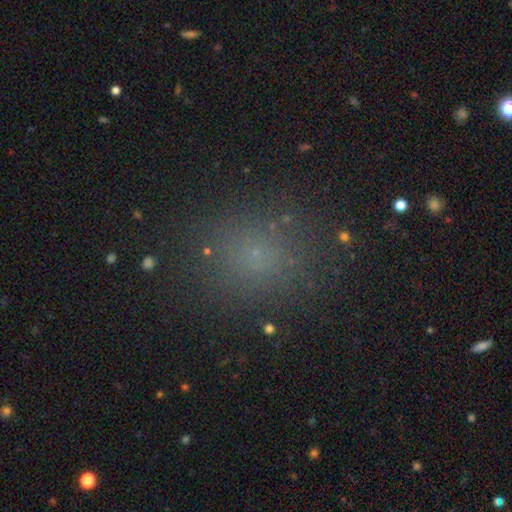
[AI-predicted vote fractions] Q: Smooth or featured?
A: smooth (66%); runner-up: star or artifact (26%)
Q: How rounded?
A: round (74%); runner-up: in between (25%)
Q: Merging?
A: none (84%); runner-up: minor disturbance (10%)